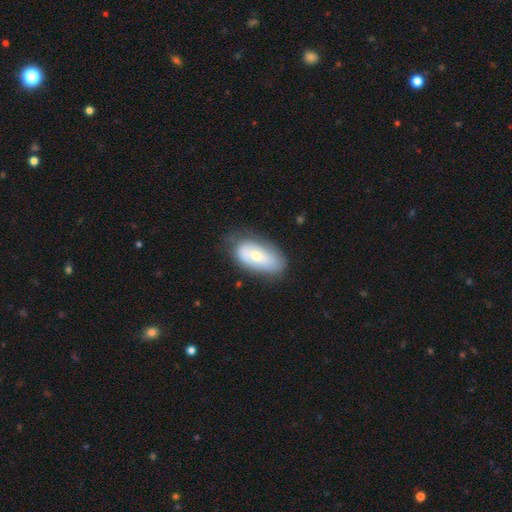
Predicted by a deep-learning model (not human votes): Q: Smooth or featured?
A: smooth (53%); runner-up: featured or disk (41%)
Q: How rounded?
A: in between (92%); runner-up: cigar-shaped (4%)
Q: Merging?
A: none (67%); runner-up: minor disturbance (24%)